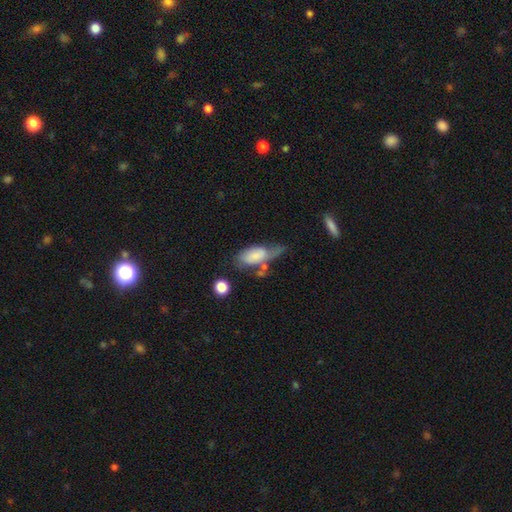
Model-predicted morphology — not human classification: Smooth or featured: smooth — 65% (featured or disk — 28%)
How rounded: in between — 87% (cigar-shaped — 9%)
Merging: minor disturbance — 30% (none — 29%)